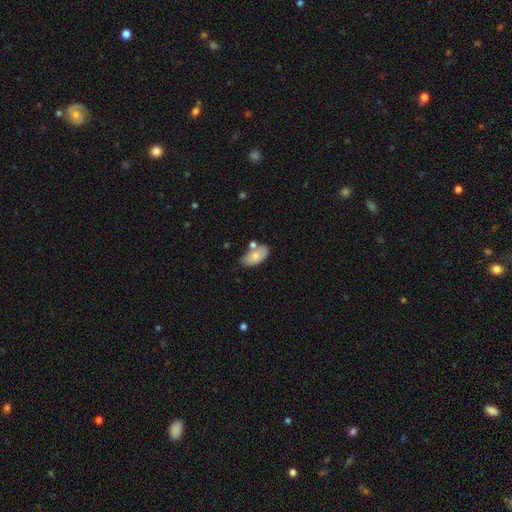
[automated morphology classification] Smooth or featured: smooth — 72% (featured or disk — 21%)
How rounded: in between — 93% (round — 4%)
Merging: none — 60% (minor disturbance — 19%)